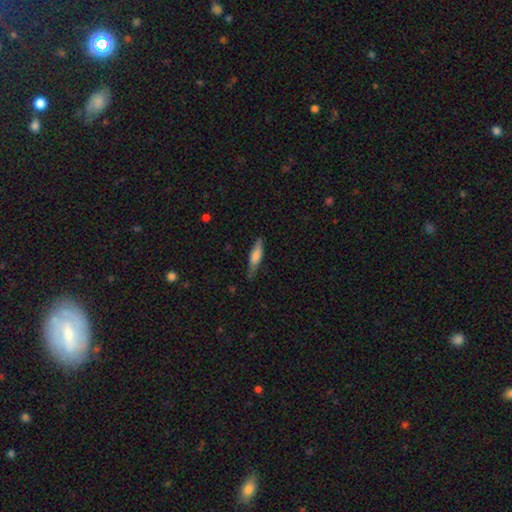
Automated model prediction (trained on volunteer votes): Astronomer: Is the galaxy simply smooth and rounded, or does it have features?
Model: smooth — 65%.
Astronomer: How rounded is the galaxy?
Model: cigar-shaped — 75%.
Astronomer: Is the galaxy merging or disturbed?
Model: none — 74%.